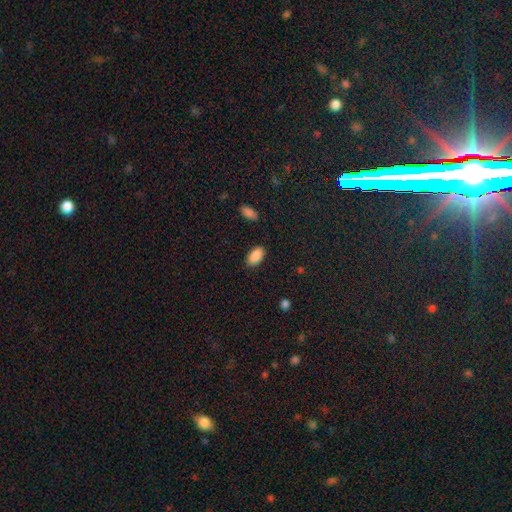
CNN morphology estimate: type=smooth (89%); roundness=in between (93%); merging=none (86%).